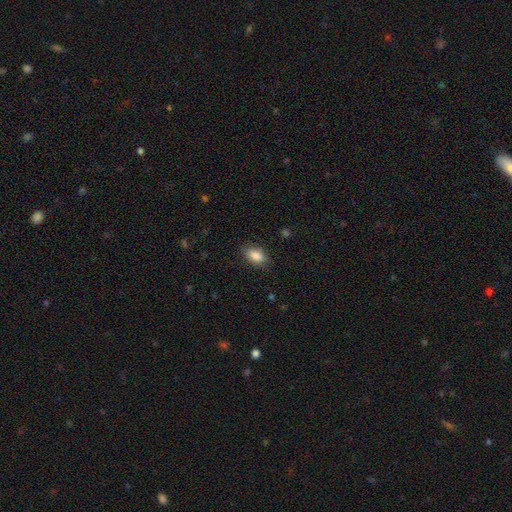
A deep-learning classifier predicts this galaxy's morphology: Smooth or featured? Predicted: smooth (p=0.87). How rounded? Predicted: in between (p=0.88). Merging? Predicted: none (p=0.83).